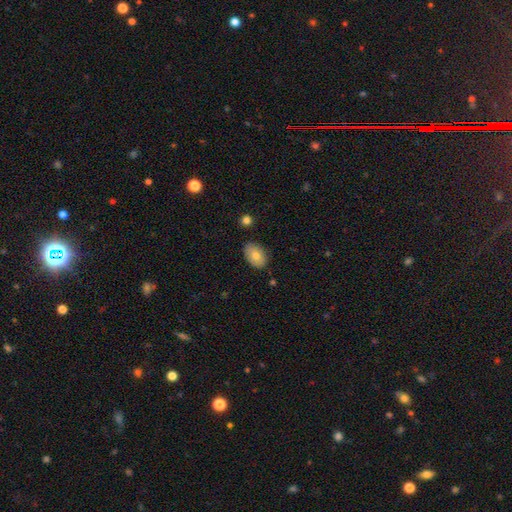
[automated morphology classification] smooth_or_featured: smooth (p=0.79) [alt: featured or disk p=0.14]
how_rounded: in between (p=0.88) [alt: round p=0.11]
merging: none (p=0.83) [alt: minor disturbance p=0.13]